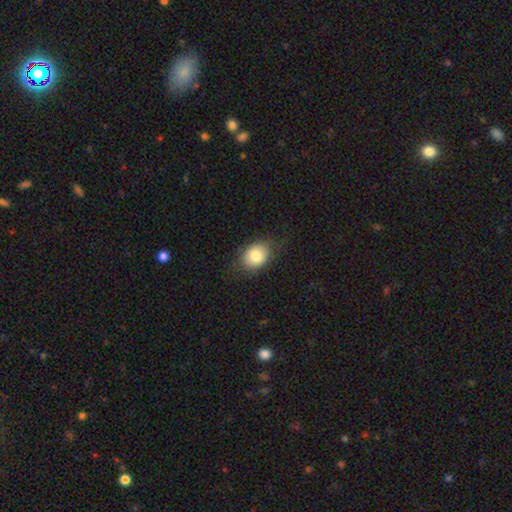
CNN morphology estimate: smooth_or_featured: smooth (p=0.80) [alt: featured or disk p=0.12]
how_rounded: in between (p=0.60) [alt: round p=0.39]
merging: none (p=0.75) [alt: minor disturbance p=0.18]